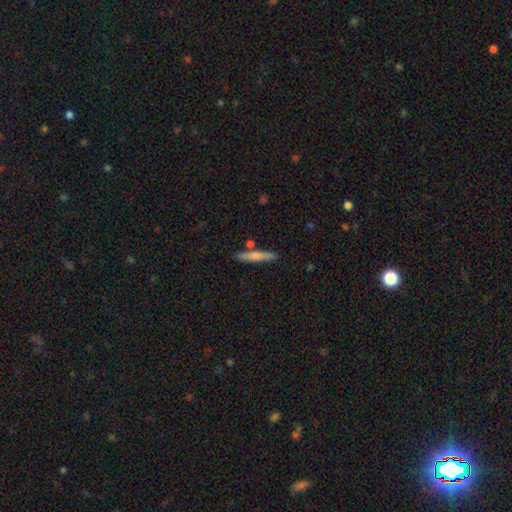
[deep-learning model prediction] The model was most divided on "smooth or featured": smooth: 65%, featured or disk: 29%, star or artifact: 6%. More confident: how rounded — cigar-shaped (92%); merging — none (81%).